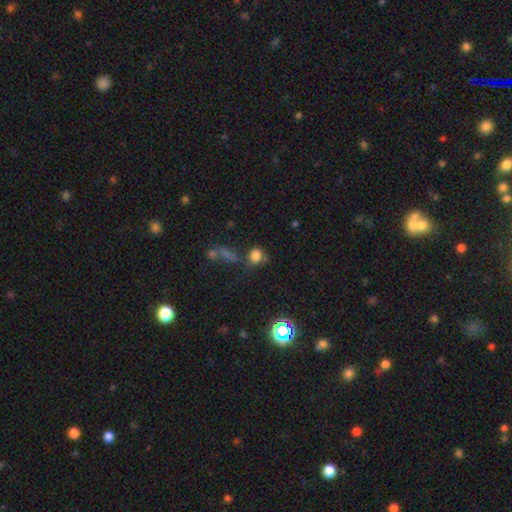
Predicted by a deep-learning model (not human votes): This appears to be a smooth galaxy with no disk features (72%) that is round (57%). Merging: none (52%).